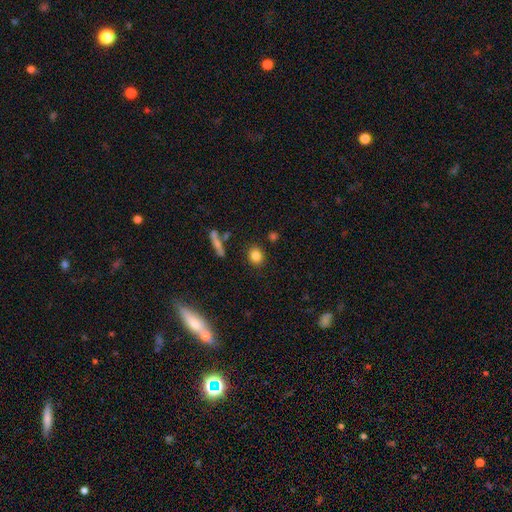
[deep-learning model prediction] smooth-or-featured: smooth: 84% | star or artifact: 10% | featured or disk: 6%
  how-rounded: round: 77% | in between: 21% | cigar-shaped: 2%
  merging: none: 87% | minor disturbance: 8% | merger: 3% | major disturbance: 3%